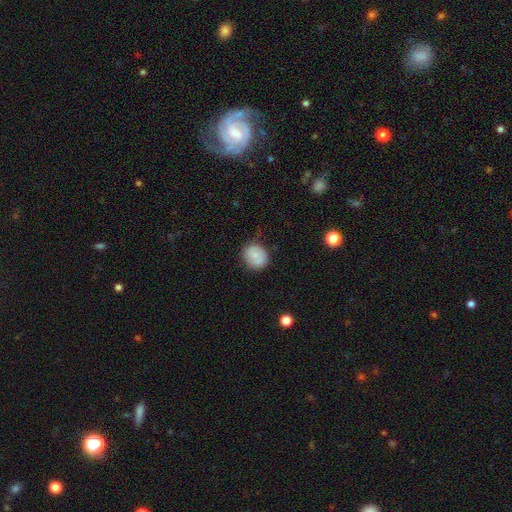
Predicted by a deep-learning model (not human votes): This is likely a smooth galaxy (78%). How rounded: likely round (76%). Merging: likely none (74%).